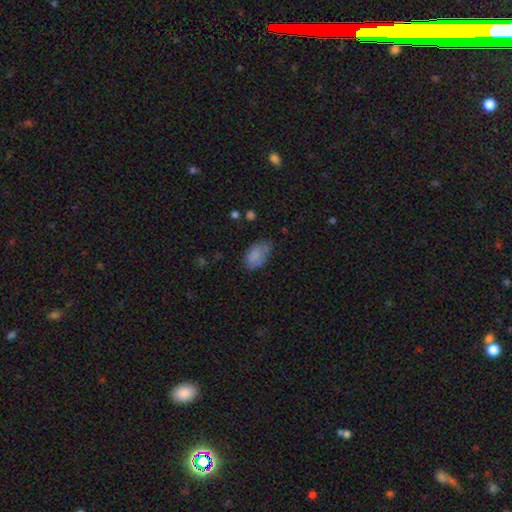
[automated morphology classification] smooth 81%, featured or disk 10%, star or artifact 9%. Down the decision tree: how rounded — in between (91%); merging — none (54%).